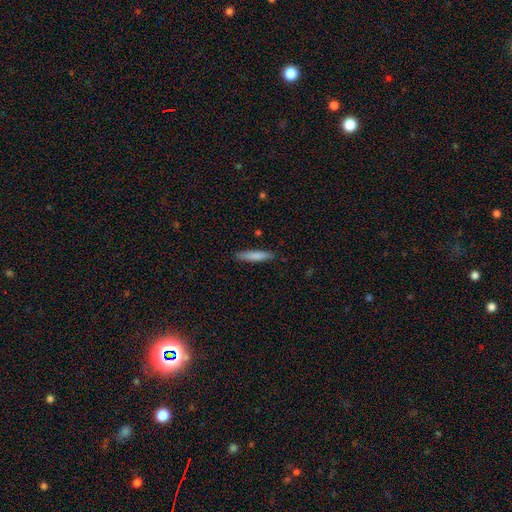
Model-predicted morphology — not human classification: The model was most divided on "smooth or featured": smooth: 82%, featured or disk: 13%, star or artifact: 6%. More confident: how rounded — cigar-shaped (88%); merging — none (87%).